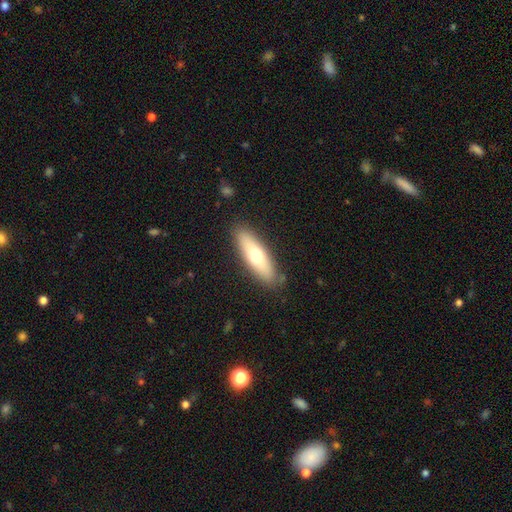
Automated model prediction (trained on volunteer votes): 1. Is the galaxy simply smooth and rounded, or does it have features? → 62% smooth, 32% featured or disk, 6% star or artifact.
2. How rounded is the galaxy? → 55% cigar-shaped, 43% in between, 2% round.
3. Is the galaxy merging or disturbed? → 86% none, 10% minor disturbance, 2% major disturbance, 2% merger.